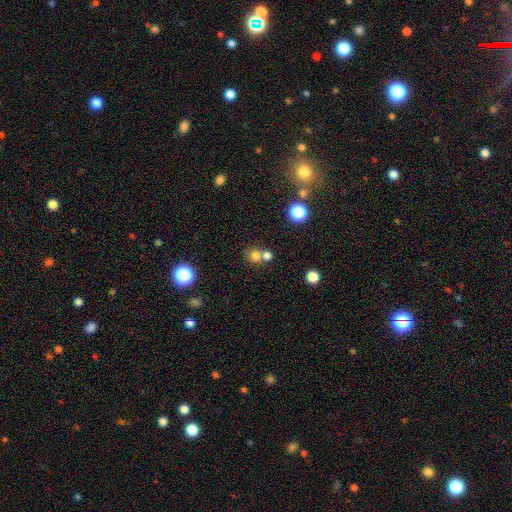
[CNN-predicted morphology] This appears to be a smooth galaxy with no disk features (76%) that is round (86%). Merging: none (52%).